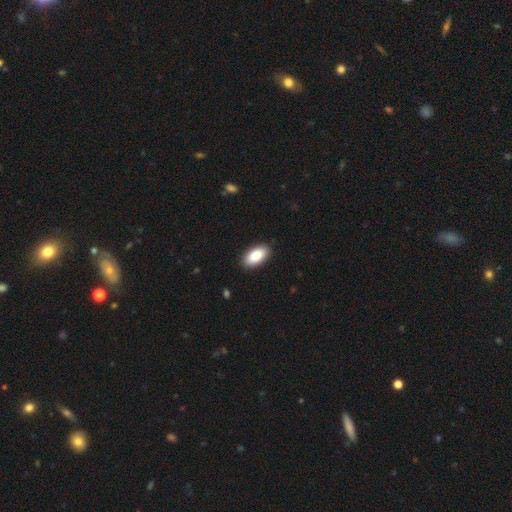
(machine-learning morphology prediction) Overall: smooth (85%). How rounded: in between (94%). Merging: none (90%).